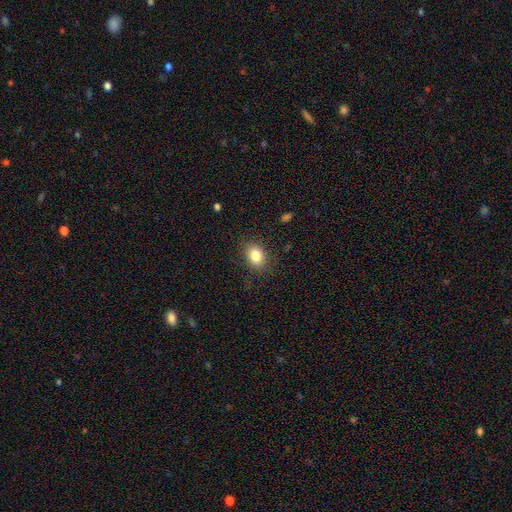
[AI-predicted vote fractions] This appears to be a smooth galaxy with no disk features (83%) that is in between round and cigar-shaped (68%). Merging: none (84%).